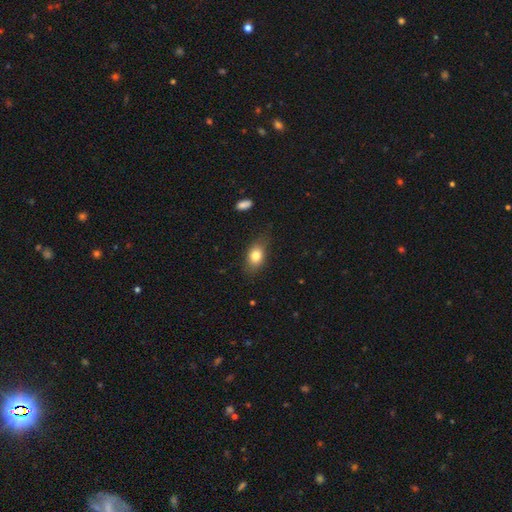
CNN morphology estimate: Smooth or featured? Predicted: smooth (p=0.79). How rounded? Predicted: in between (p=0.79). Merging? Predicted: none (p=0.76).